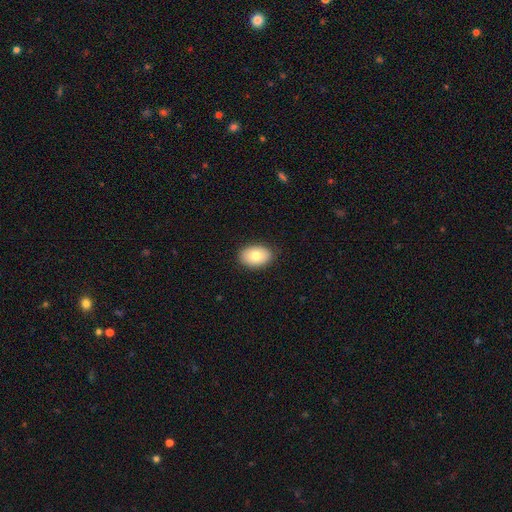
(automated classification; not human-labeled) Q: Smooth or featured?
A: smooth (80%); runner-up: featured or disk (13%)
Q: How rounded?
A: in between (83%); runner-up: round (16%)
Q: Merging?
A: none (88%); runner-up: minor disturbance (9%)